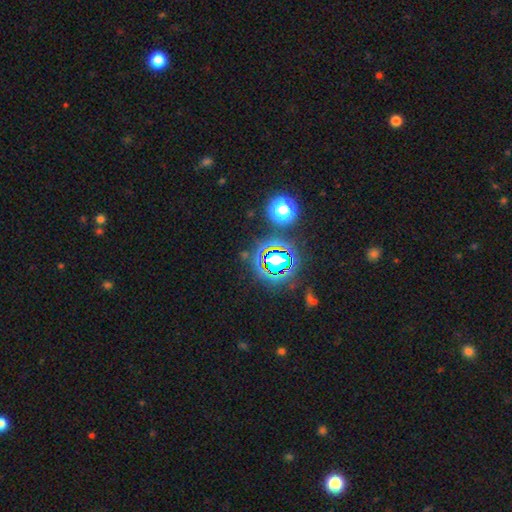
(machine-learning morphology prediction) Smooth or featured: star or artifact — 80% (smooth — 13%)